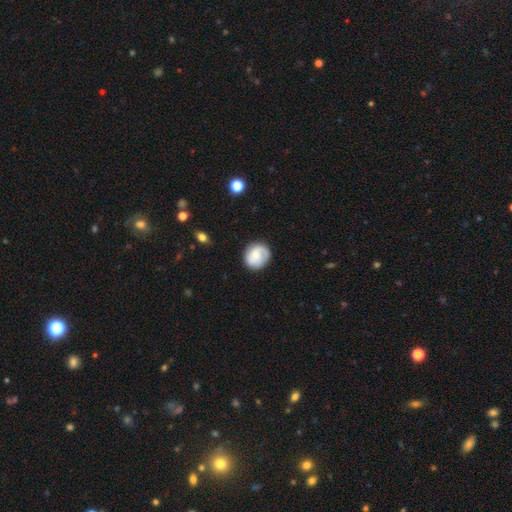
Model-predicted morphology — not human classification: A smooth galaxy with no disk features (57%) that is round (78%). Merging: none (78%).